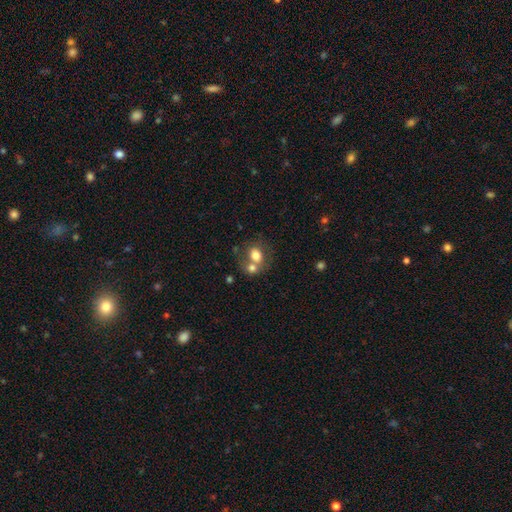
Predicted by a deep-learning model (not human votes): Smooth or featured? Predicted: smooth (p=0.74). How rounded? Predicted: round (p=0.53). Merging? Predicted: merger (p=0.46).